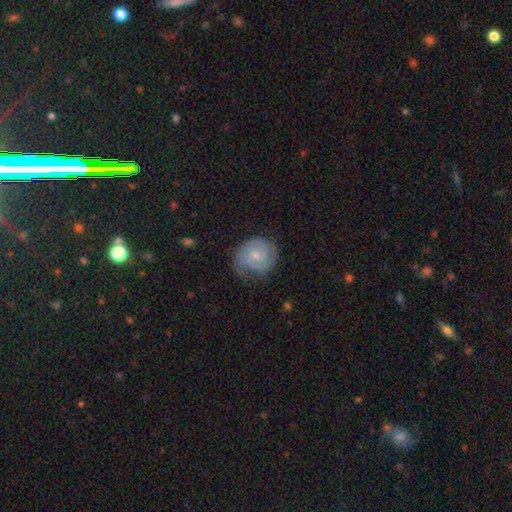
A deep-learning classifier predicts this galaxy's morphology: Smooth or featured?
  - featured or disk: 75% *
  - smooth: 19%
  - star or artifact: 6%
Edge-on disk?
  - no: 98% *
  - yes: 2%
Bar?
  - no: 56% *
  - weak: 39%
  - strong: 5%
Spiral arms?
  - yes: 94% *
  - no: 6%
Spiral winding?
  - tight: 64% *
  - medium: 30%
  - loose: 6%
Spiral arm count?
  - 2: 63% *
  - can't tell: 17%
  - 3: 11%
  - 1: 5%
  - 4: 2%
  - more than 4: 2%
Bulge size?
  - small: 53% *
  - moderate: 36%
  - none: 8%
  - large: 2%
  - dominant: 1%
Merging?
  - none: 66% *
  - minor disturbance: 24%
  - major disturbance: 9%
  - merger: 1%